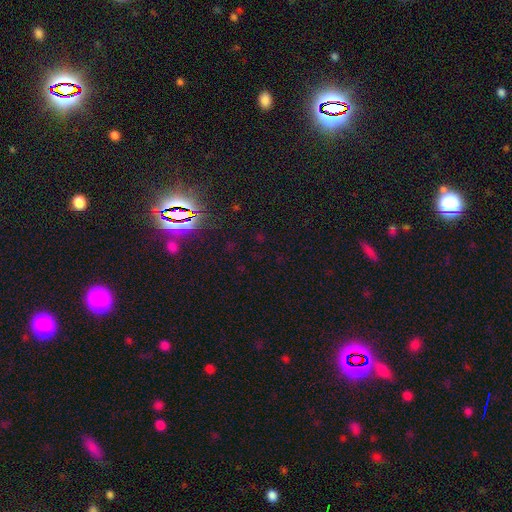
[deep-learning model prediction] A star or artifact, not a galaxy (74%).

Vote fractions:
- Smooth or featured? star or artifact: 74% / smooth: 19% / featured or disk: 8%